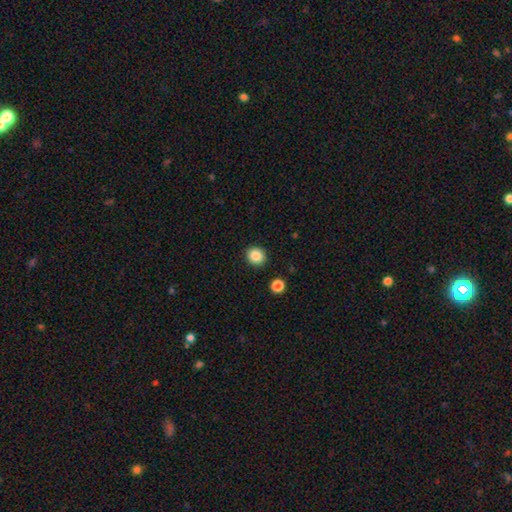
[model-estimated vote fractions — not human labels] The model was most divided on "how rounded": round: 84%, in between: 15%, cigar-shaped: 1%. More confident: merging — none (91%); smooth or featured — smooth (86%).